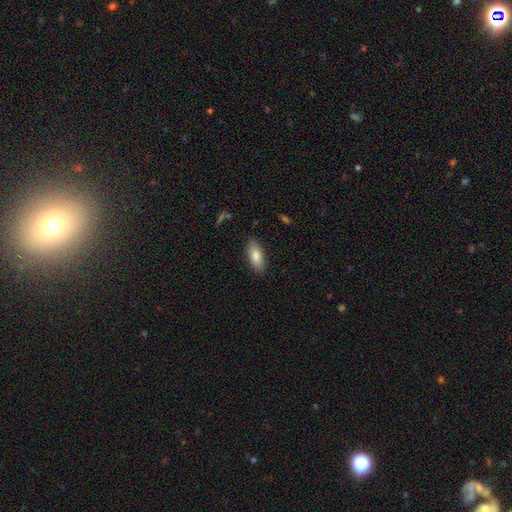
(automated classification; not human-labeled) A smooth galaxy with no disk features (83%) that is in between round and cigar-shaped (81%).

Vote fractions:
- Smooth or featured? smooth: 83% / featured or disk: 11% / star or artifact: 7%
- How rounded? in between: 81% / cigar-shaped: 16% / round: 2%
- Merging? none: 87% / minor disturbance: 10% / major disturbance: 2% / merger: 1%